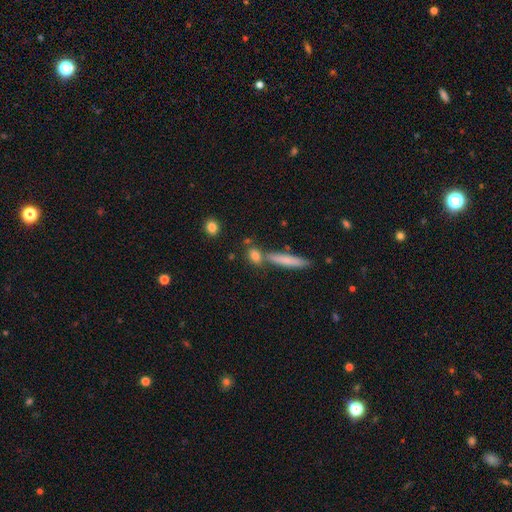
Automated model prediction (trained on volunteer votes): This appears to be a smooth galaxy with no disk features (76%) that is cigar-shaped (40%). Merging: none (64%).